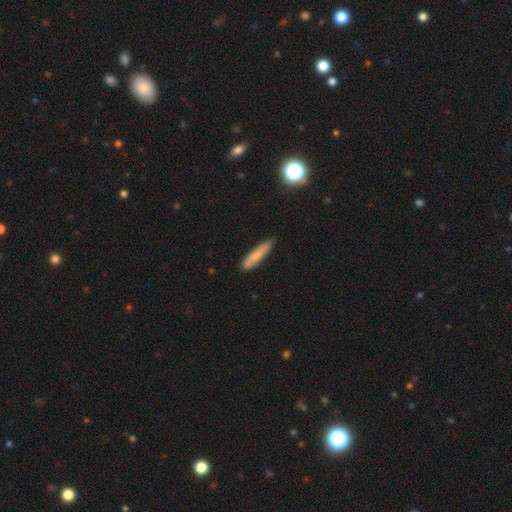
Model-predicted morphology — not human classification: This is likely a smooth galaxy (78%). How rounded: clearly cigar-shaped (88%). Merging: likely none (80%).